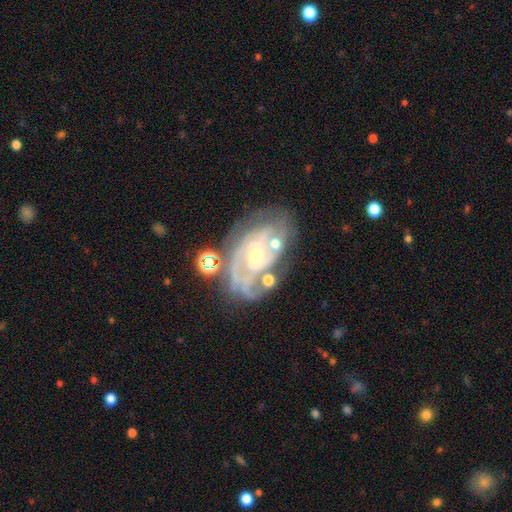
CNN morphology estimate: This appears to be a featured or disk galaxy (85%) with no bar (56%), 2 (33%) tight (56%) spiral arms (90%) and a small central bulge (60%). Merging: none (55%).